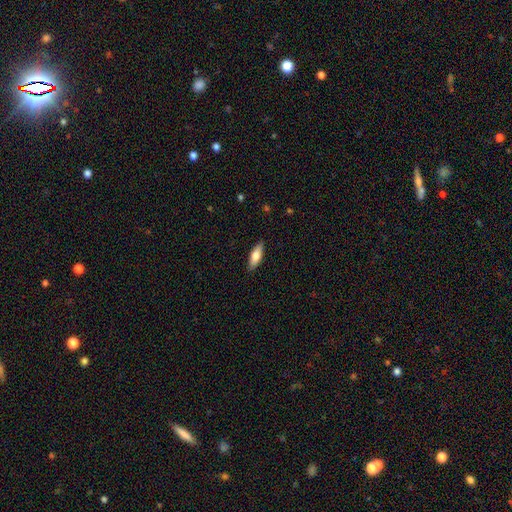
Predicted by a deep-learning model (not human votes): smooth-or-featured: smooth: 66% | featured or disk: 28% | star or artifact: 6%
  how-rounded: in between: 55% | cigar-shaped: 42% | round: 2%
  merging: none: 89% | minor disturbance: 9% | major disturbance: 2% | merger: 1%